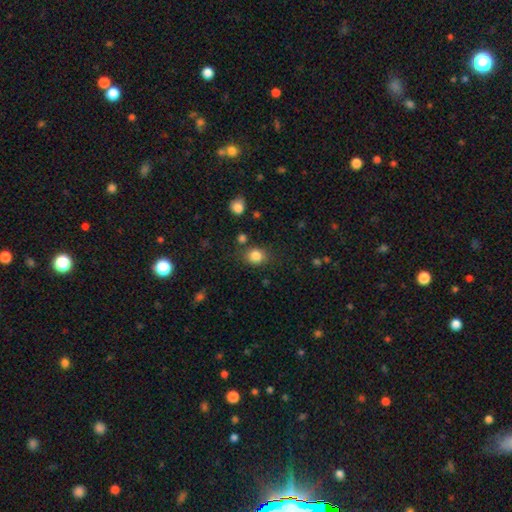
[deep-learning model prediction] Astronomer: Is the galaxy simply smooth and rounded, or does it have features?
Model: smooth — 84%.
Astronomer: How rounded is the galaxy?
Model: round — 62% (runner-up: in between, 37%).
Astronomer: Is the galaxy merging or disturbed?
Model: none — 78%.